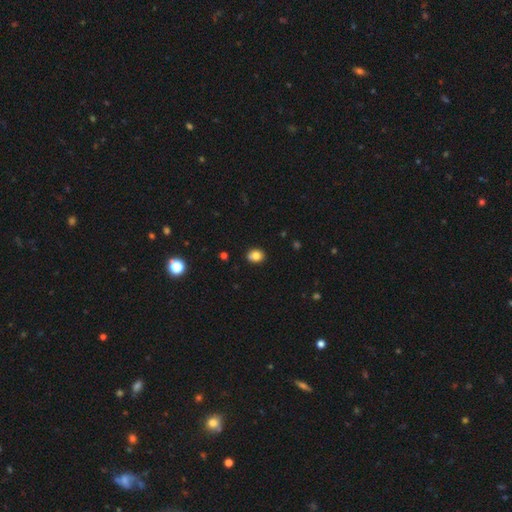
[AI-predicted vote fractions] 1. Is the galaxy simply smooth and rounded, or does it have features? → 80% smooth, 11% star or artifact, 8% featured or disk.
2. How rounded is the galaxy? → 55% round, 44% in between, 1% cigar-shaped.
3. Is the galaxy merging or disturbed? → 80% none, 14% minor disturbance, 4% merger, 2% major disturbance.